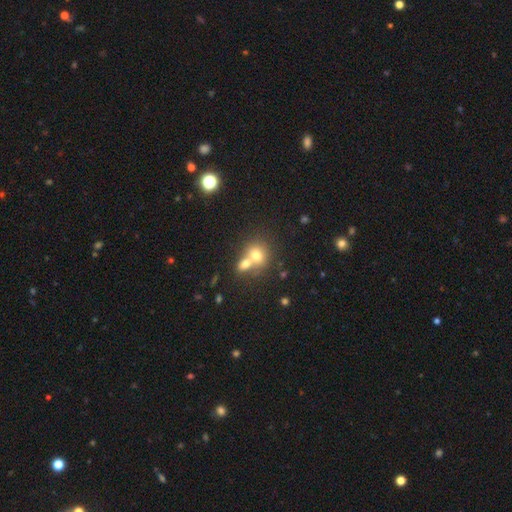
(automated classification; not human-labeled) smooth 71%, featured or disk 17%, star or artifact 11%. Down the decision tree: how rounded — round (62%); merging — merger (62%).